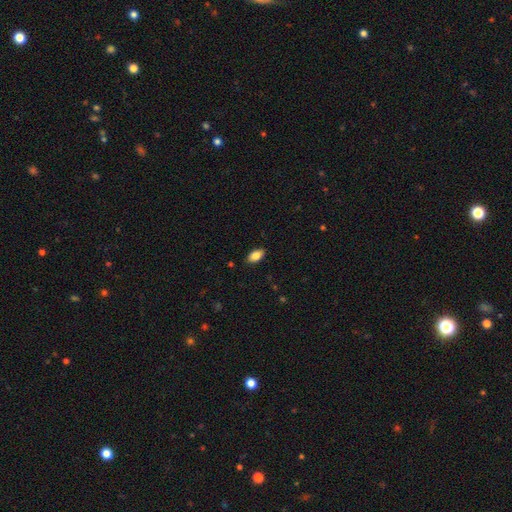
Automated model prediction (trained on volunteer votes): Overall: smooth (83%). How rounded: in between (92%). Merging: none (88%).